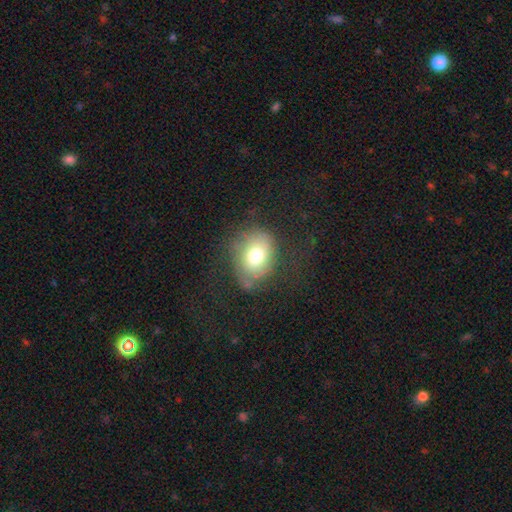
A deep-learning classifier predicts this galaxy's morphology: A smooth galaxy with no disk features (71%) that is in between round and cigar-shaped (50%).

Vote fractions:
- Smooth or featured? smooth: 71% / featured or disk: 18% / star or artifact: 11%
- How rounded? in between: 50% / round: 49% / cigar-shaped: 1%
- Merging? none: 59% / minor disturbance: 22% / major disturbance: 17% / merger: 2%